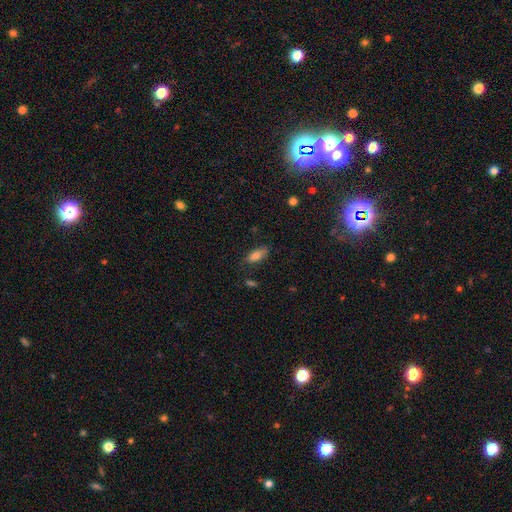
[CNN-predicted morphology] type=smooth (81%); roundness=in between (82%); merging=none (71%).